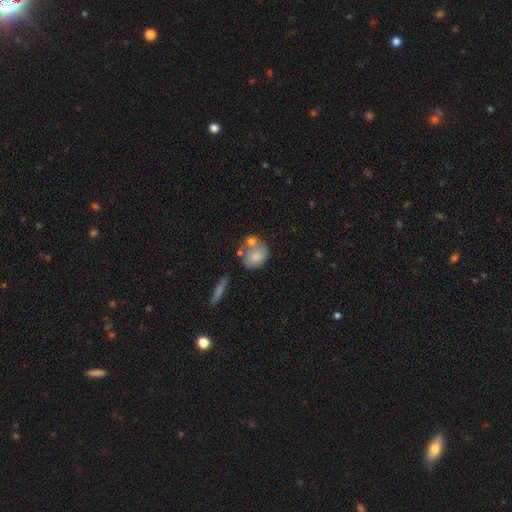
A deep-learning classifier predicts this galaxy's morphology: Smooth or featured? Predicted: smooth (p=0.72). How rounded? Predicted: round (p=0.61). Merging? Predicted: none (p=0.40).